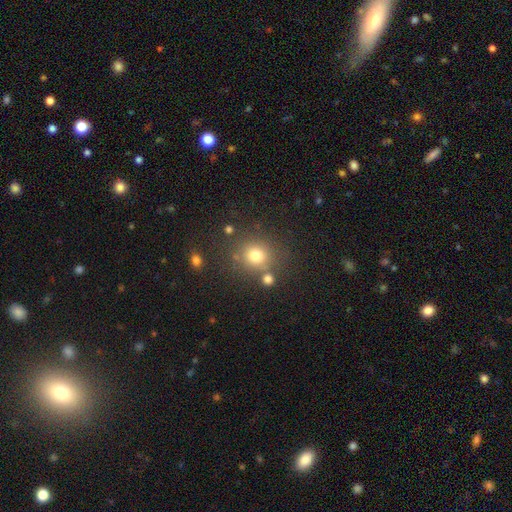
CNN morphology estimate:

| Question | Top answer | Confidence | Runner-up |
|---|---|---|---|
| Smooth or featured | smooth | 76% | star or artifact (16%) |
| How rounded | round | 87% | in between (12%) |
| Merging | none | 75% | minor disturbance (10%) |